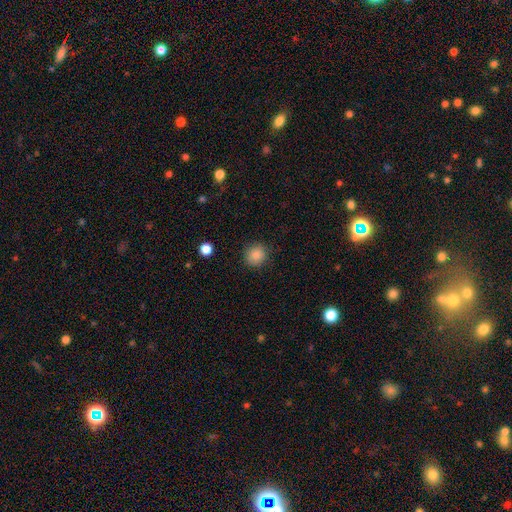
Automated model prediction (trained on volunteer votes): smooth 86%, star or artifact 10%, featured or disk 4%. Down the decision tree: how rounded — round (90%); merging — none (88%).